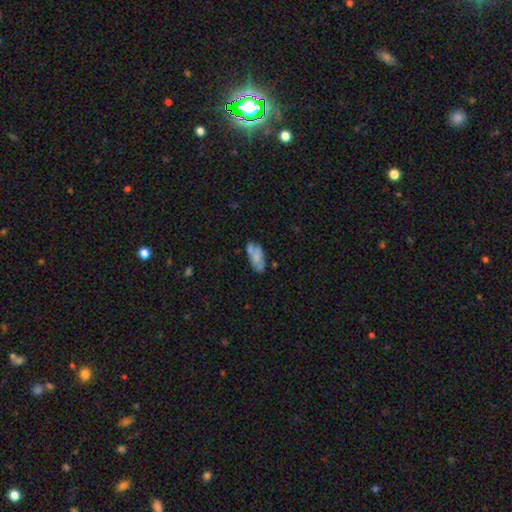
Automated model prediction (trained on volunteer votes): This appears to be a smooth galaxy with no disk features (65%) that is in between round and cigar-shaped (85%). Merging: none (50%).